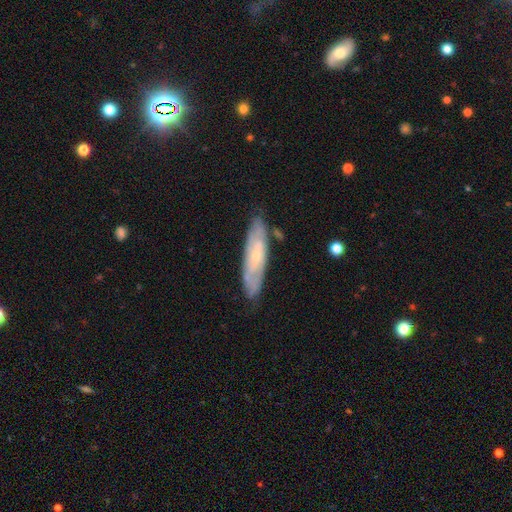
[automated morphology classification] Smooth or featured? featured or disk (60%)
Edge-on disk? no (65%)
Merging? none (78%)